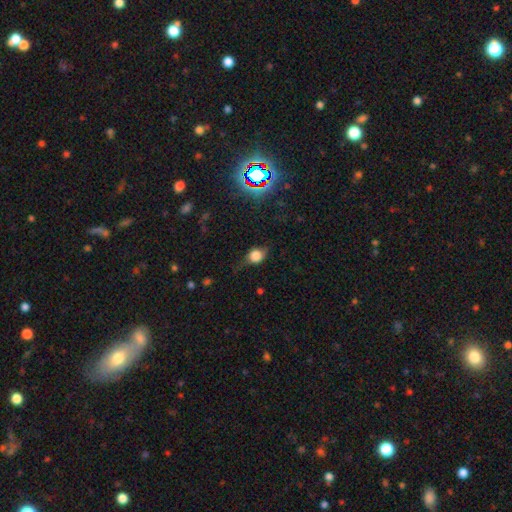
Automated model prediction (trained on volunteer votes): This is likely a smooth galaxy (64%). How rounded: possibly round (53%). Merging: likely none (61%).